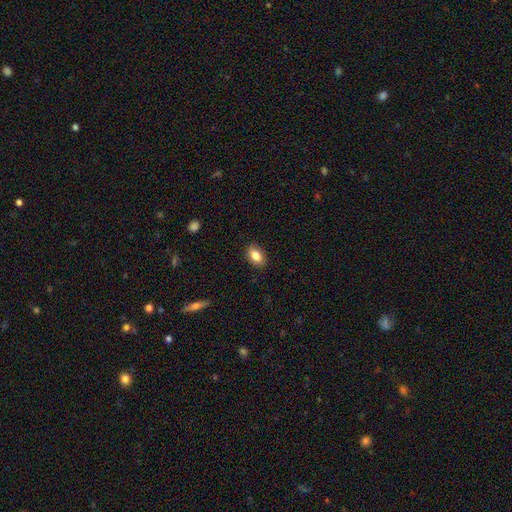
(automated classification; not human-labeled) The model was most divided on "how rounded": in between: 86%, round: 13%, cigar-shaped: 2%. More confident: merging — none (88%); smooth or featured — smooth (85%).